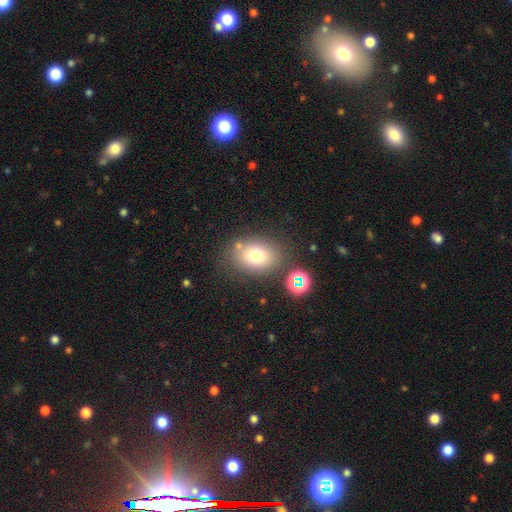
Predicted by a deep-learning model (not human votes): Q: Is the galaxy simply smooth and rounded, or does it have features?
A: smooth — 74%.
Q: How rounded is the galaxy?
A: in between — 63%.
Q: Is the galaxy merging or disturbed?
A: none — 74%.